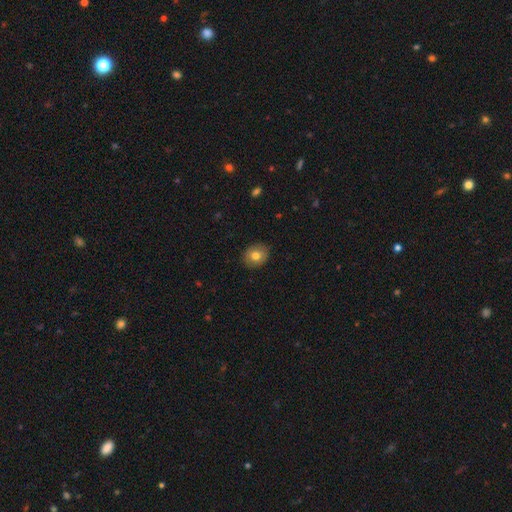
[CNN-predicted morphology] smooth-or-featured: smooth: 75% | featured or disk: 17% | star or artifact: 8%
  how-rounded: round: 61% | in between: 38% | cigar-shaped: 1%
  merging: none: 88% | minor disturbance: 9% | major disturbance: 2% | merger: 1%